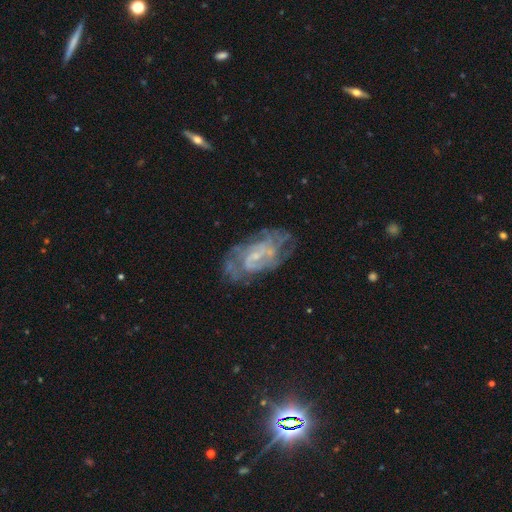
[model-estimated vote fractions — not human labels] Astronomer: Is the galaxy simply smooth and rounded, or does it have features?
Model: featured or disk — 75%.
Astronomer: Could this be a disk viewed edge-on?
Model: no — 95%.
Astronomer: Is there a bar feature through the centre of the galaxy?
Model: no — 47% (runner-up: weak, 42%).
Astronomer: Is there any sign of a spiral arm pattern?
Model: yes — 80%.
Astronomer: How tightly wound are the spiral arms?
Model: tight — 48% (runner-up: medium, 38%).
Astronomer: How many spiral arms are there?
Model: can't tell — 50%.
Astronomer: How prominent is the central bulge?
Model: small — 65%.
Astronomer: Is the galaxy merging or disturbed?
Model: none — 66%.